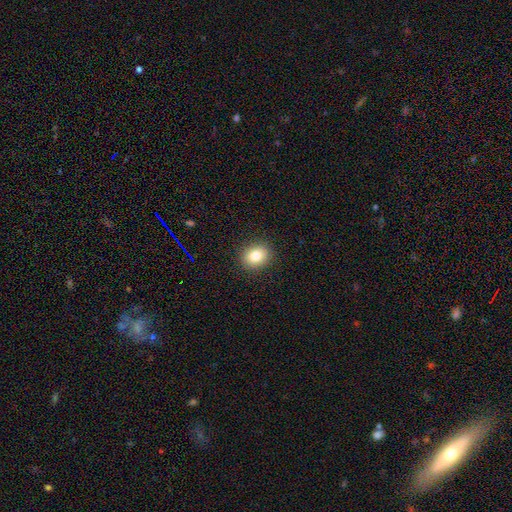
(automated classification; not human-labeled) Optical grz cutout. It shows a smooth galaxy with no disk features (81%) that is round (57%). Merging: none (90%).